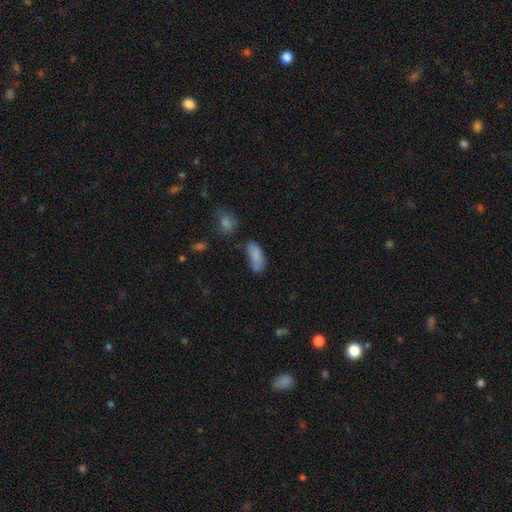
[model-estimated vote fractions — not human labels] Smooth or featured? smooth (83%)
How rounded? in between (86%)
Merging? none (51%)